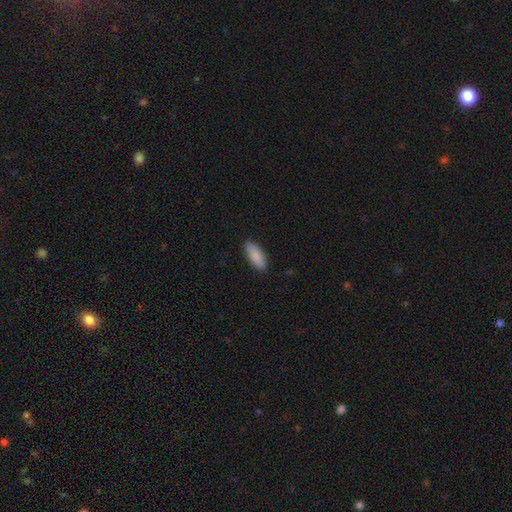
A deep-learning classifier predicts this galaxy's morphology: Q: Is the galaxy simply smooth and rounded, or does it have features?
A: smooth — 87%.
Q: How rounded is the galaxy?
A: in between — 73%.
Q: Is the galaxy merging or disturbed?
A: none — 89%.